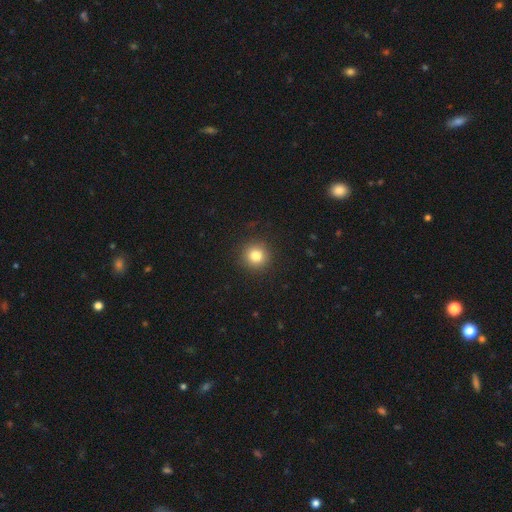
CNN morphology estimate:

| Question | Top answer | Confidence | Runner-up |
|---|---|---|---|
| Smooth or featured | smooth | 82% | star or artifact (12%) |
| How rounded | round | 95% | in between (4%) |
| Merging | none | 92% | minor disturbance (5%) |